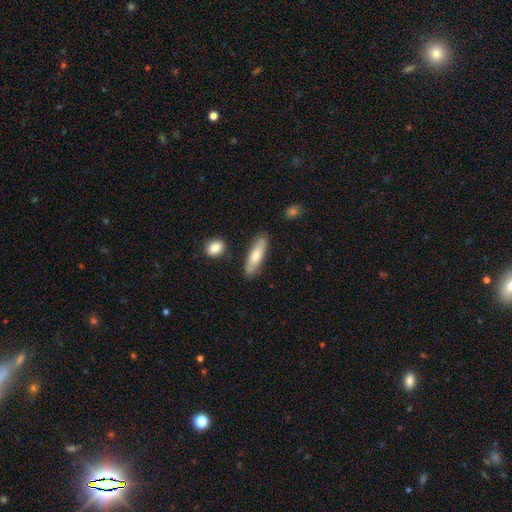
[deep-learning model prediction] This appears to be a smooth galaxy with no disk features (72%) that is cigar-shaped (56%). Merging: none (82%).